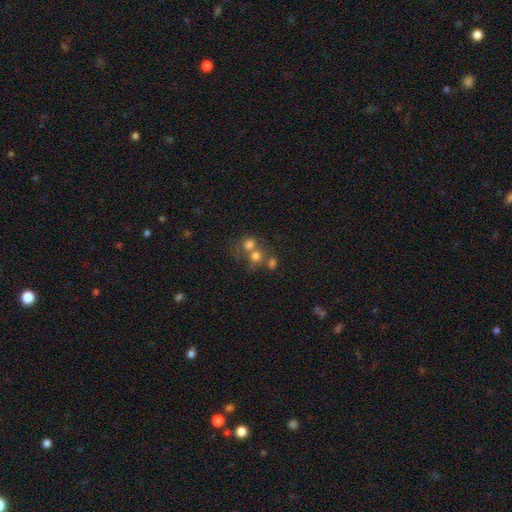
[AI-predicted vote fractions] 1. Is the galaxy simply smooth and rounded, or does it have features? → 69% smooth, 16% star or artifact, 15% featured or disk.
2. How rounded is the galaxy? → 76% round, 23% in between, 1% cigar-shaped.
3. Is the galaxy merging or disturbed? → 49% merger, 38% none, 7% minor disturbance, 5% major disturbance.